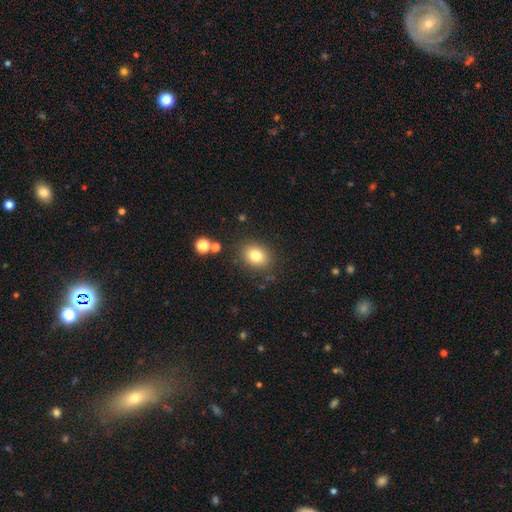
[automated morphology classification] Q: Smooth or featured?
A: smooth (80%); runner-up: star or artifact (11%)
Q: How rounded?
A: in between (52%); runner-up: round (47%)
Q: Merging?
A: none (83%); runner-up: minor disturbance (10%)